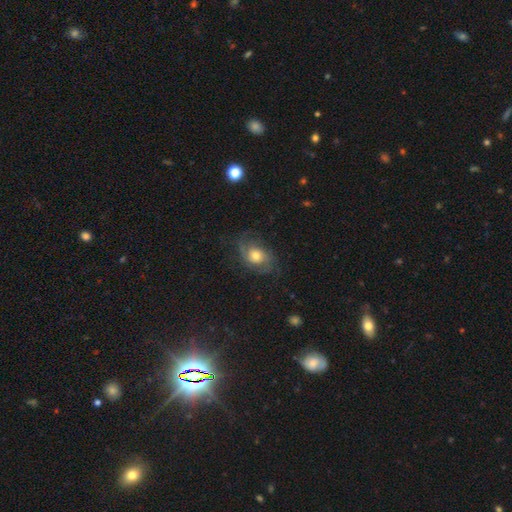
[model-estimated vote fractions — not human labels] Q: Smooth or featured?
A: featured or disk (60%); runner-up: smooth (30%)
Q: Edge-on disk?
A: no (96%); runner-up: yes (4%)
Q: Bar?
A: no (74%); runner-up: weak (22%)
Q: Spiral arms?
A: yes (85%); runner-up: no (15%)
Q: Bulge size?
A: moderate (61%); runner-up: large (18%)
Q: Merging?
A: none (60%); runner-up: minor disturbance (22%)